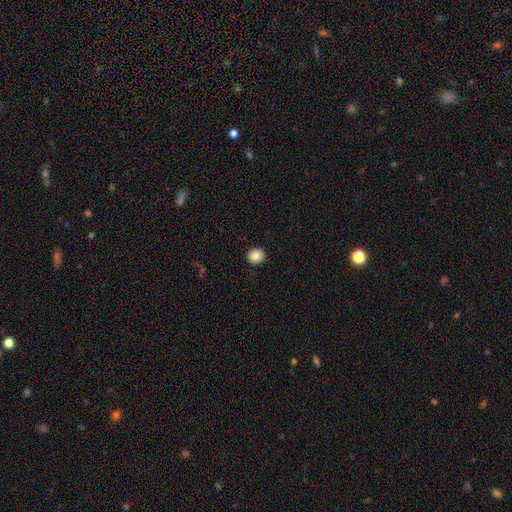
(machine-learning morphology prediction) smooth 88%, star or artifact 9%, featured or disk 3%. Down the decision tree: how rounded — round (78%); merging — none (91%).